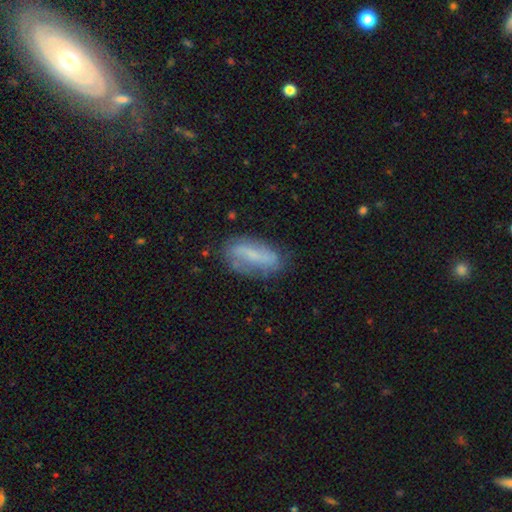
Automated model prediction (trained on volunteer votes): A featured or disk galaxy (50%). Merging: none (65%).